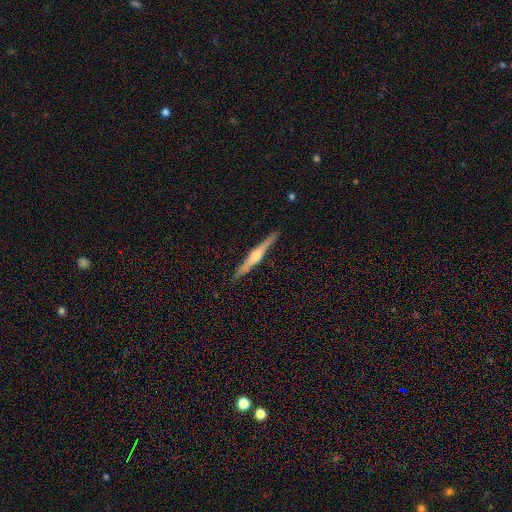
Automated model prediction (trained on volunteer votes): smooth_or_featured: featured or disk (p=0.73) [alt: smooth p=0.22]
disk_edge_on: yes (p=0.98) [alt: no p=0.02]
edge_on_bulge: rounded (p=0.86) [alt: boxy p=0.07]
merging: none (p=0.90) [alt: minor disturbance p=0.08]